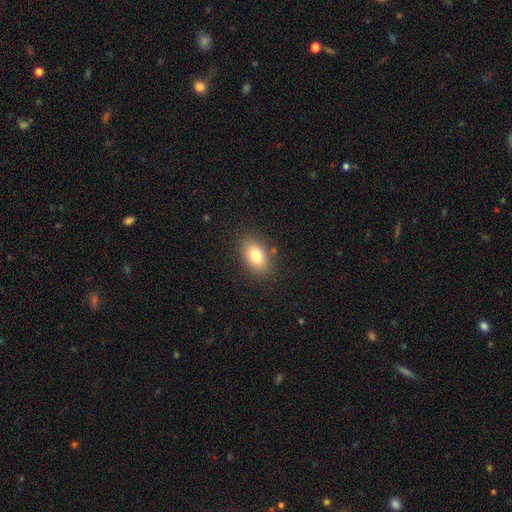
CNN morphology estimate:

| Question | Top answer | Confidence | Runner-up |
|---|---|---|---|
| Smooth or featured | smooth | 79% | featured or disk (11%) |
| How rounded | in between | 84% | round (15%) |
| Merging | none | 85% | minor disturbance (11%) |